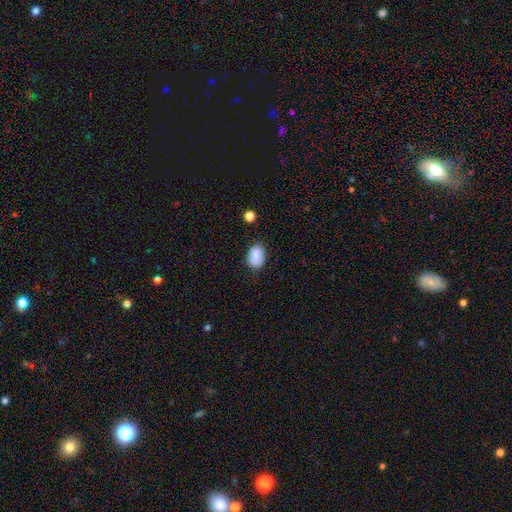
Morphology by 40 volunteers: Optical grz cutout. It shows a smooth galaxy with no disk features (88%) that is in between round and cigar-shaped (77%). Merging: none (66%).